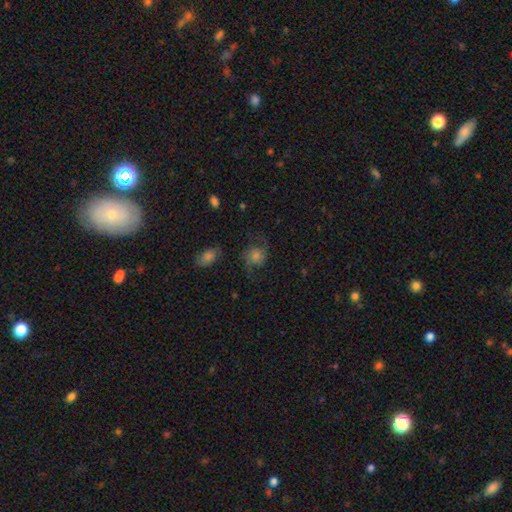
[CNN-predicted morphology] smooth_or_featured: featured or disk (p=0.61) [alt: smooth p=0.25]
disk_edge_on: no (p=0.97) [alt: yes p=0.03]
bar: no (p=0.74) [alt: weak p=0.22]
has_spiral_arms: yes (p=0.93) [alt: no p=0.07]
spiral_winding: loose (p=0.44) [alt: medium p=0.43]
spiral_arm_count: 2 (p=0.86) [alt: can't tell p=0.05]
bulge_size: moderate (p=0.35) [alt: small p=0.28]
merging: none (p=0.68) [alt: minor disturbance p=0.17]